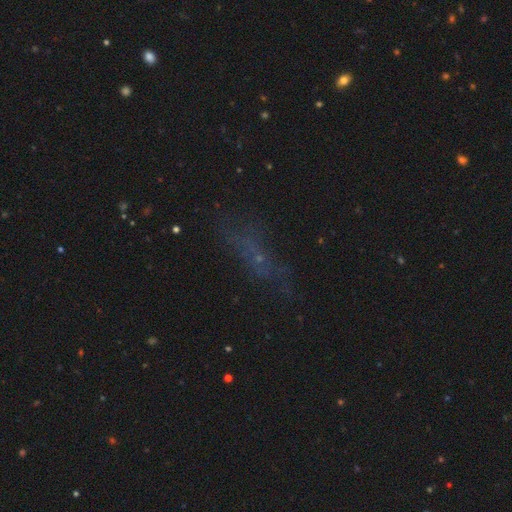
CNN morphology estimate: Smooth or featured? Predicted: smooth (p=0.37). Merging? Predicted: none (p=0.62).